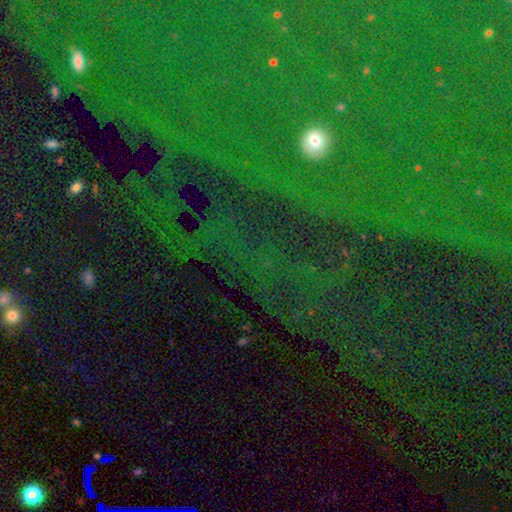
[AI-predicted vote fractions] The model was most divided on "smooth or featured": star or artifact: 79%, featured or disk: 11%, smooth: 10%.